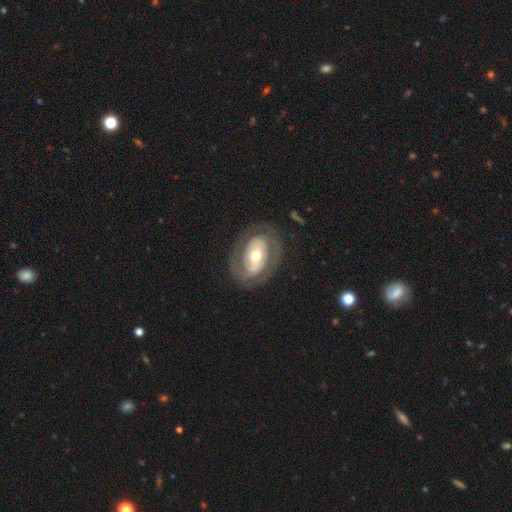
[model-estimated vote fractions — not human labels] A featured or disk galaxy (74%) with no bar (52%), spiral arms (64%) and a moderate central bulge (64%). Merging: none (77%).